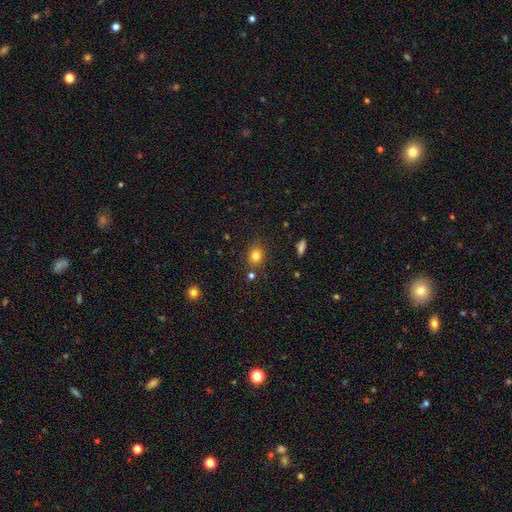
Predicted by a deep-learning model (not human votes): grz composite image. It shows a smooth galaxy with no disk features (80%) that is round (61%). Merging: none (80%).